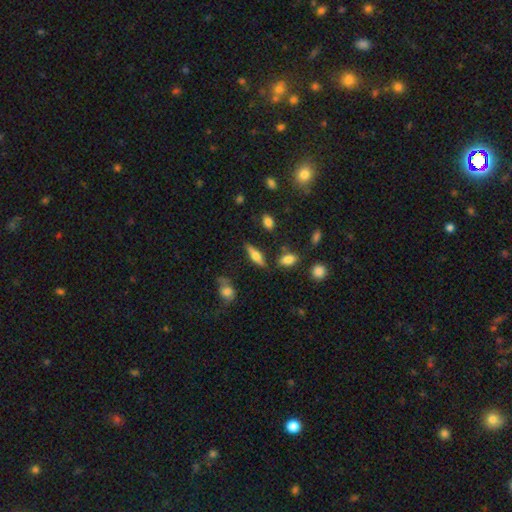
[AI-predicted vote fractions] The model was most divided on "smooth or featured": smooth: 48%, featured or disk: 44%, star or artifact: 8%. More confident: merging — none (80%).